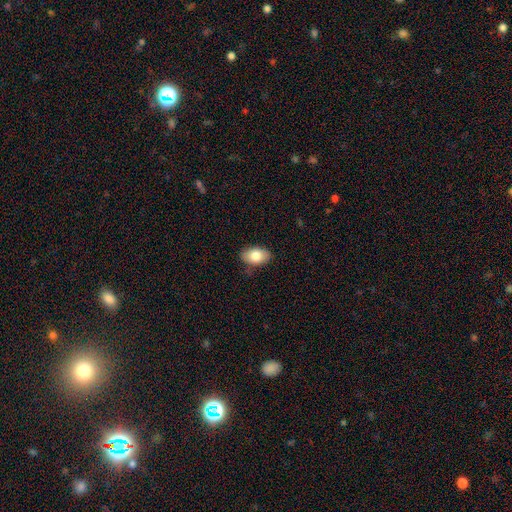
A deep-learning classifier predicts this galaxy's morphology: A smooth galaxy with no disk features (80%) that is in between round and cigar-shaped (91%). Merging: none (83%).